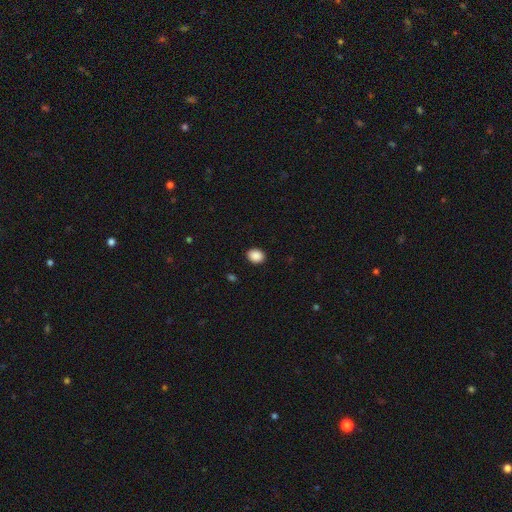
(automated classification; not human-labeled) smooth_or_featured: smooth (p=0.89) [alt: star or artifact p=0.08]
how_rounded: in between (p=0.52) [alt: round p=0.48]
merging: none (p=0.91) [alt: minor disturbance p=0.06]